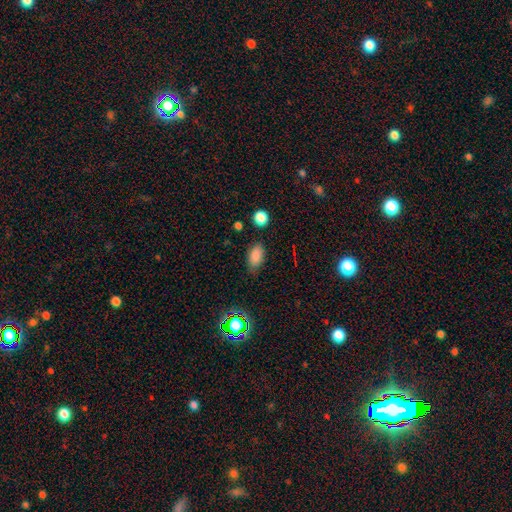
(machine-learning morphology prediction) Smooth or featured: smooth — 82% (star or artifact — 11%)
How rounded: in between — 90% (round — 6%)
Merging: none — 76% (minor disturbance — 18%)